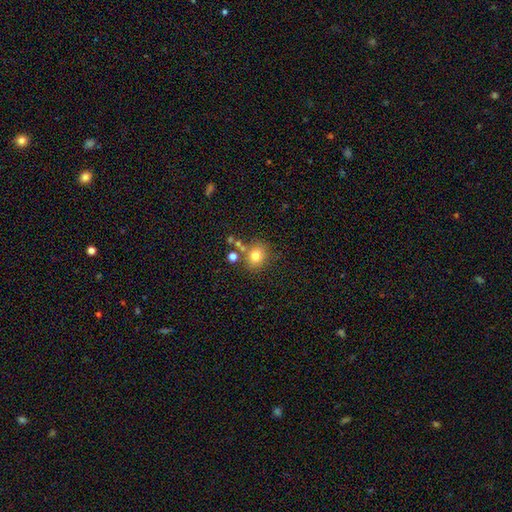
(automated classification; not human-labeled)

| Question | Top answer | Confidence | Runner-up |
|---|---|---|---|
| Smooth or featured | smooth | 76% | star or artifact (14%) |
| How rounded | round | 72% | in between (27%) |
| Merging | none | 70% | merger (13%) |